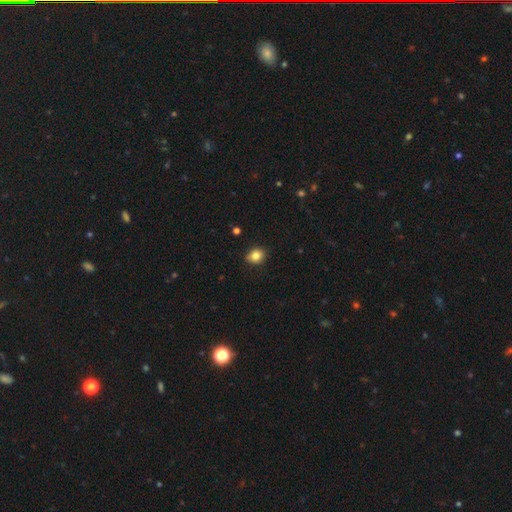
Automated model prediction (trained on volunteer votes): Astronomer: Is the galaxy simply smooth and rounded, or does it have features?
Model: smooth — 84%.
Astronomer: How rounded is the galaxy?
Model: round — 63%.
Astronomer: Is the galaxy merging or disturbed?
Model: none — 86%.